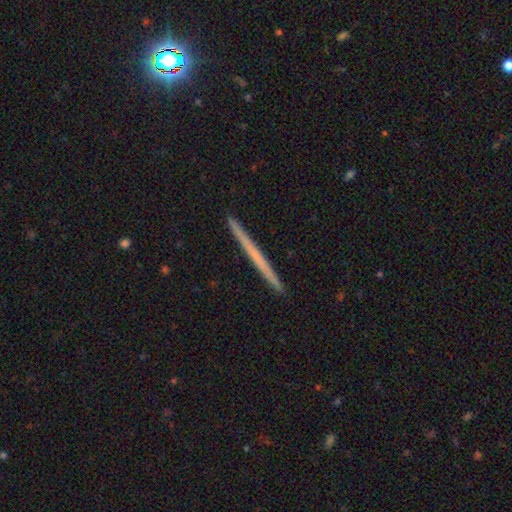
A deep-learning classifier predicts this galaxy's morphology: Smooth or featured?
  - featured or disk: 49% *
  - smooth: 45%
  - star or artifact: 6%
Merging?
  - none: 93% *
  - minor disturbance: 5%
  - major disturbance: 1%
  - merger: 1%